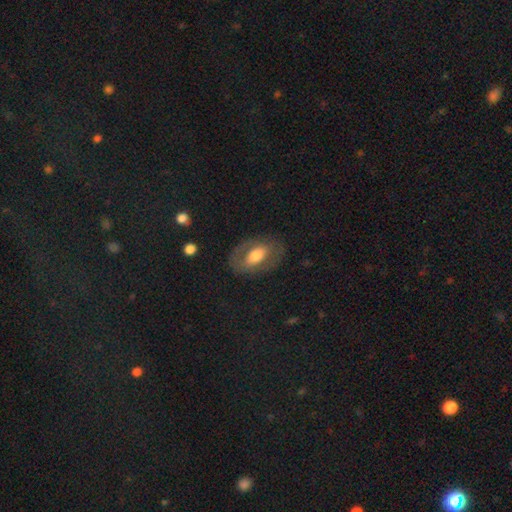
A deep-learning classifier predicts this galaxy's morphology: Smooth or featured: smooth — 47% (featured or disk — 46%)
Merging: none — 74% (minor disturbance — 15%)